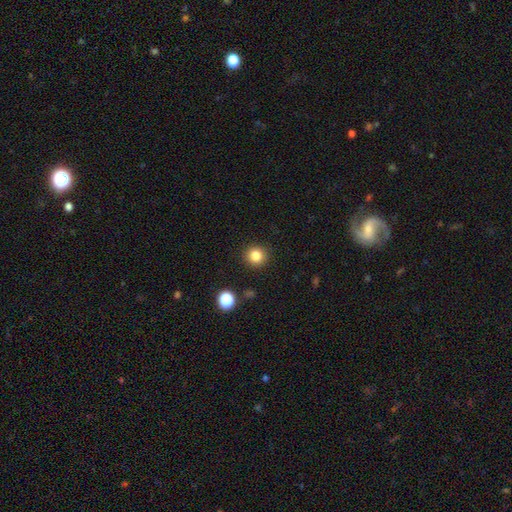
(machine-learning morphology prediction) Smooth or featured? Predicted: smooth (p=0.83). How rounded? Predicted: round (p=0.93). Merging? Predicted: none (p=0.91).